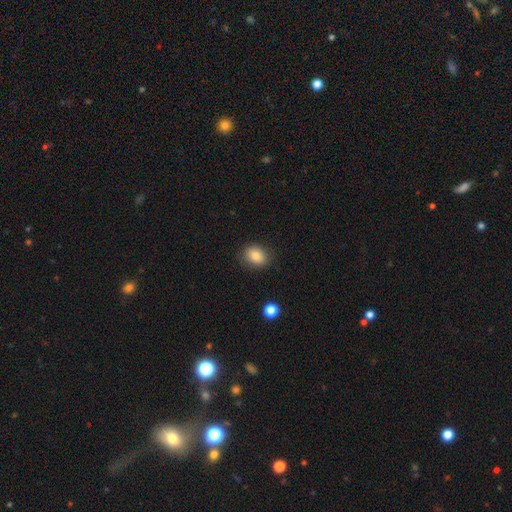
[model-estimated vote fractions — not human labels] smooth 84%, star or artifact 9%, featured or disk 7%. Down the decision tree: how rounded — in between (56%); merging — none (85%).